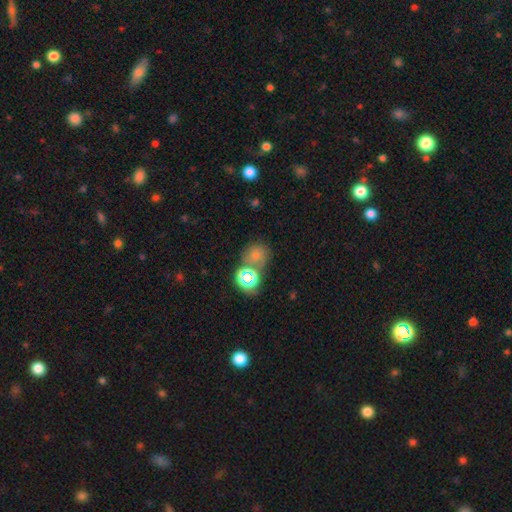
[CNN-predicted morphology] smooth-or-featured: smooth: 62% | star or artifact: 26% | featured or disk: 11%
  how-rounded: round: 72% | in between: 27% | cigar-shaped: 1%
  merging: none: 52% | merger: 28% | minor disturbance: 13% | major disturbance: 7%